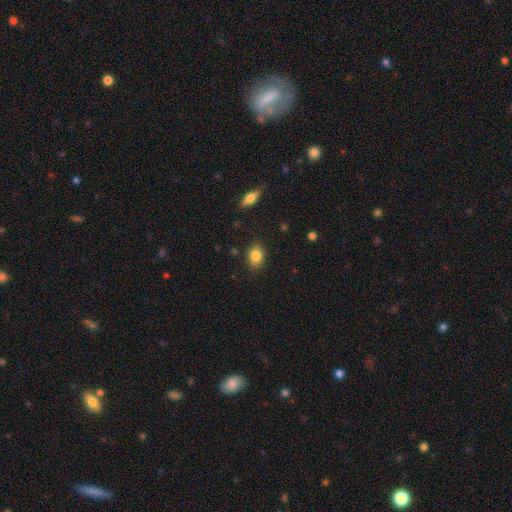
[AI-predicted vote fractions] Smooth or featured?
  - smooth: 84% *
  - star or artifact: 9%
  - featured or disk: 8%
How rounded?
  - in between: 71% *
  - round: 27%
  - cigar-shaped: 2%
Merging?
  - none: 85% *
  - minor disturbance: 11%
  - major disturbance: 3%
  - merger: 2%